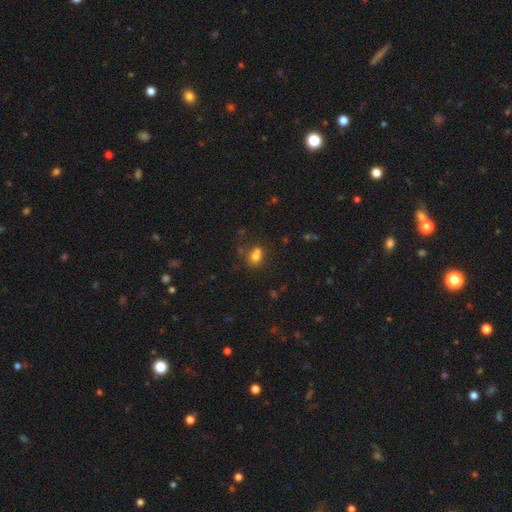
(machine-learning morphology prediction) Smooth or featured? smooth (72%)
How rounded? round (54%)
Merging? none (41%)